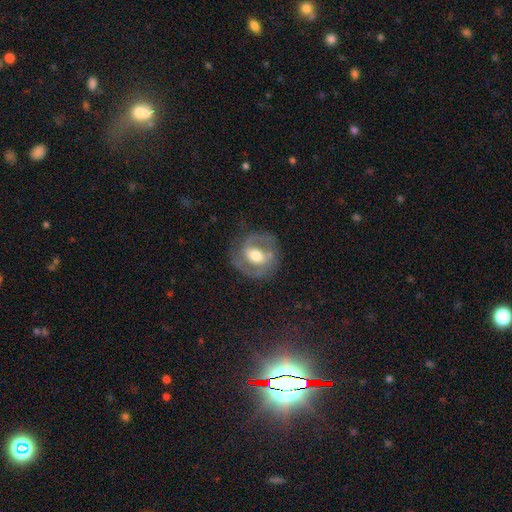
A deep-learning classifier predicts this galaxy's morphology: This is likely a featured or disk galaxy (78%). It is clearly not viewed edge-on (97%). Bar: marginally weak (43%). Spiral arm pattern: clearly yes (86%). Spiral arm count: clearly 2 (83%). Spiral winding: possibly medium (48%). Central bulge: likely moderate (69%). Merging: likely none (75%).